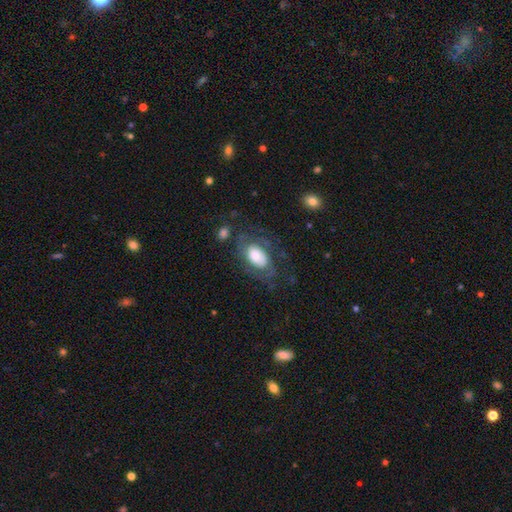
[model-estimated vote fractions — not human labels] A featured or disk galaxy (54%) with no bar (73%), spiral arms (70%) and a large central bulge (47%). Merging: none (56%).